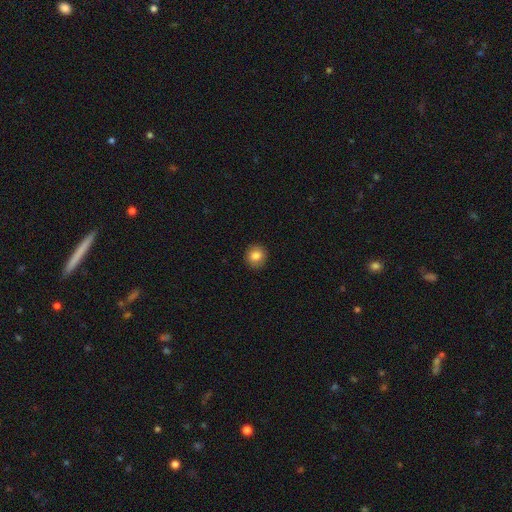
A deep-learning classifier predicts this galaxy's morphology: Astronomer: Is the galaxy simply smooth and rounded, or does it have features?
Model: smooth — 83%.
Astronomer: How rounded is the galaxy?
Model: round — 87%.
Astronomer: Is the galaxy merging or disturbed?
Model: none — 91%.